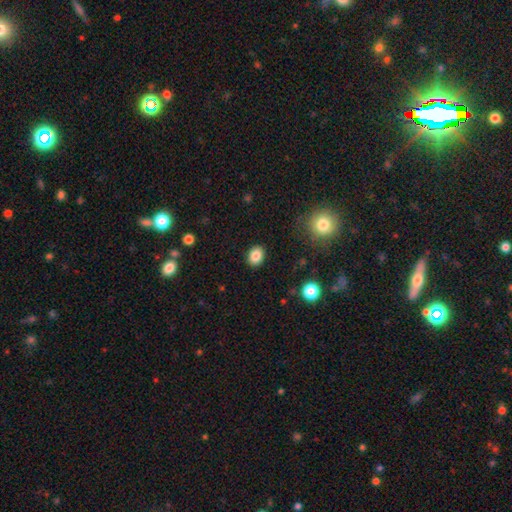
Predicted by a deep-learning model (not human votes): smooth-or-featured: smooth: 85% | star or artifact: 10% | featured or disk: 5%
  how-rounded: in between: 53% | round: 46% | cigar-shaped: 1%
  merging: none: 89% | minor disturbance: 8% | major disturbance: 2% | merger: 1%